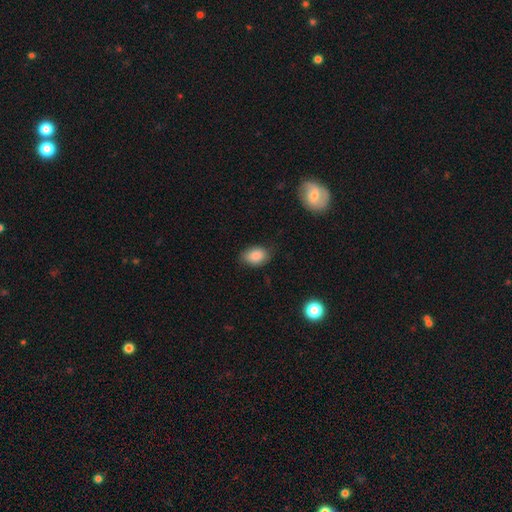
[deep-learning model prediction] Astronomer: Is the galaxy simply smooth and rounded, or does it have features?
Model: smooth — 87%.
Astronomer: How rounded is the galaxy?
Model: in between — 82%.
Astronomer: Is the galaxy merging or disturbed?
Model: none — 74%.